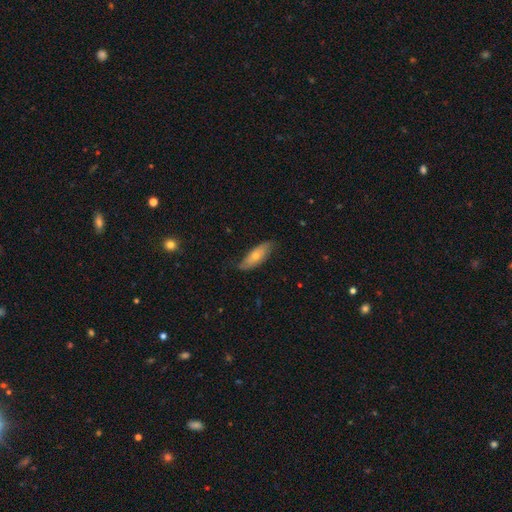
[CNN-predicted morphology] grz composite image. It shows a smooth galaxy with no disk features (63%) that is in between round and cigar-shaped (67%). Merging: none (74%).